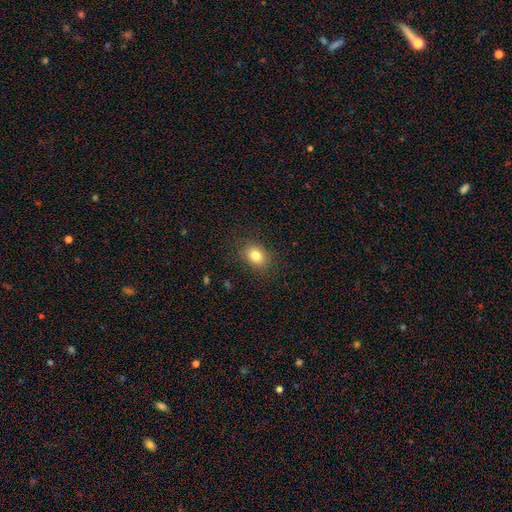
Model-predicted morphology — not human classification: Smooth or featured? Predicted: smooth (p=0.82). How rounded? Predicted: in between (p=0.61). Merging? Predicted: none (p=0.86).